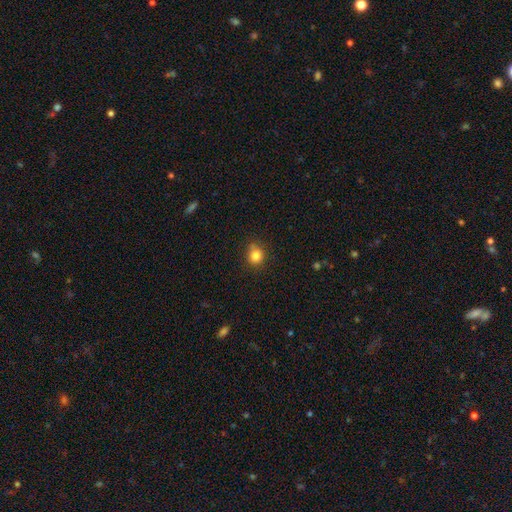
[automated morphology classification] Q: Smooth or featured?
A: smooth (82%); runner-up: star or artifact (12%)
Q: How rounded?
A: round (79%); runner-up: in between (20%)
Q: Merging?
A: none (76%); runner-up: minor disturbance (17%)